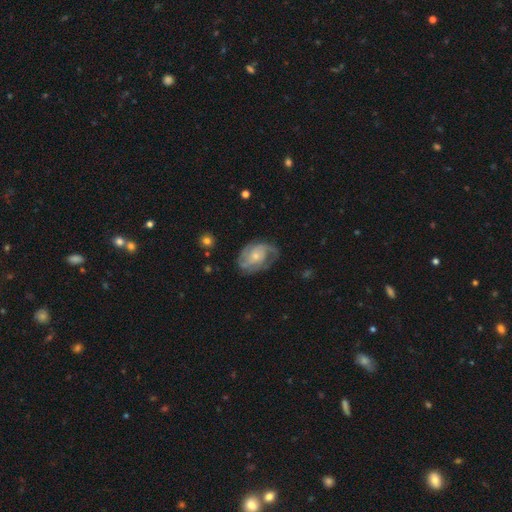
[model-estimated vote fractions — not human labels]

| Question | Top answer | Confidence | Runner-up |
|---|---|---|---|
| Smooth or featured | featured or disk | 75% | smooth (19%) |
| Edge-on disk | no | 97% | yes (3%) |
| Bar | no | 71% | weak (25%) |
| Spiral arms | yes | 89% | no (11%) |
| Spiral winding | medium | 43% | tight (40%) |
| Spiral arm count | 2 | 33% | can't tell (28%) |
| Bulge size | small | 55% | moderate (35%) |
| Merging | none | 60% | minor disturbance (23%) |